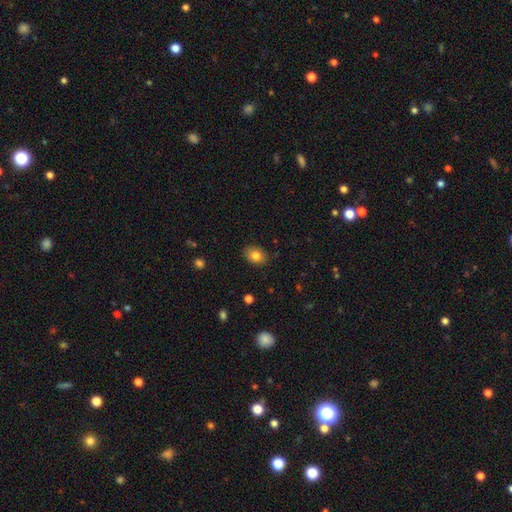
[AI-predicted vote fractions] A smooth galaxy with no disk features (82%) that is in between round and cigar-shaped (67%).

Vote fractions:
- Smooth or featured? smooth: 82% / featured or disk: 9% / star or artifact: 9%
- How rounded? in between: 67% / round: 32% / cigar-shaped: 1%
- Merging? none: 86% / minor disturbance: 10% / major disturbance: 2% / merger: 1%